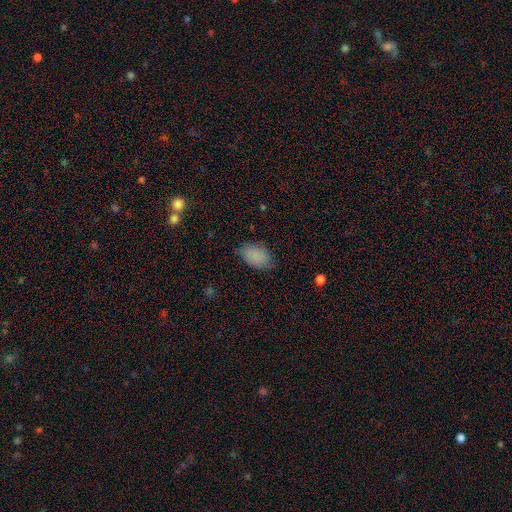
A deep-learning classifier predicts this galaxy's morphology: A smooth galaxy with no disk features (87%) that is in between round and cigar-shaped (91%).

Vote fractions:
- Smooth or featured? smooth: 87% / star or artifact: 8% / featured or disk: 5%
- How rounded? in between: 91% / round: 8% / cigar-shaped: 1%
- Merging? none: 80% / minor disturbance: 16% / major disturbance: 3% / merger: 1%